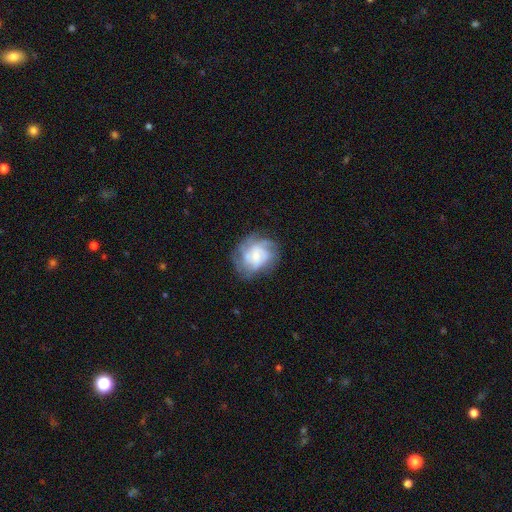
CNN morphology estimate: Smooth or featured: featured or disk — 65% (smooth — 26%)
Edge-on disk: no — 98% (yes — 2%)
Bar: no — 70% (weak — 26%)
Spiral arms: yes — 84% (no — 16%)
Spiral winding: tight — 51% (medium — 35%)
Spiral arm count: can't tell — 43% (3 — 19%)
Bulge size: small — 56% (moderate — 29%)
Merging: none — 65% (minor disturbance — 21%)